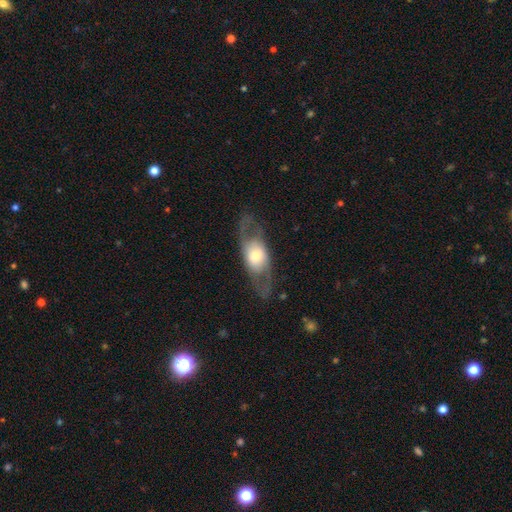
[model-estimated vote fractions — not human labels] A featured or disk galaxy (62%).

Vote fractions:
- Smooth or featured? featured or disk: 62% / smooth: 33% / star or artifact: 6%
- Edge-on disk? no: 78% / yes: 22%
- Merging? none: 73% / minor disturbance: 14% / major disturbance: 12% / merger: 1%